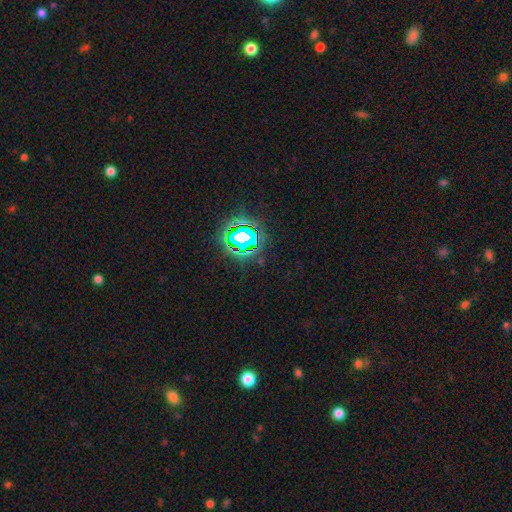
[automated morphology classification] type=star or artifact (81%).